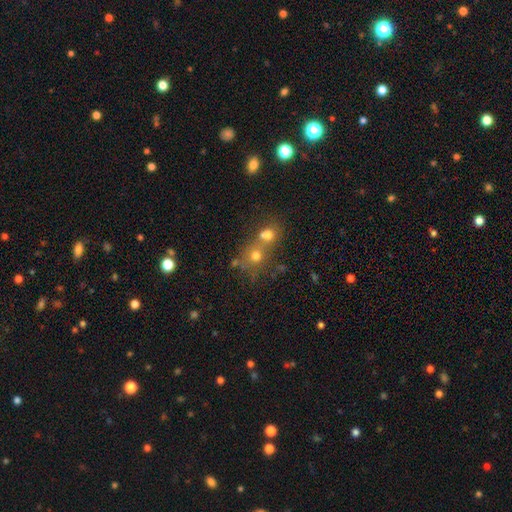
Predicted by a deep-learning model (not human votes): smooth_or_featured: smooth (p=0.65) [alt: star or artifact p=0.18]
how_rounded: round (p=0.80) [alt: in between p=0.19]
merging: merger (p=0.52) [alt: none p=0.37]